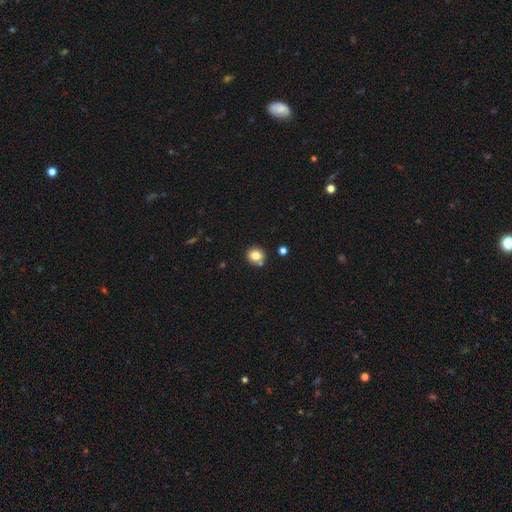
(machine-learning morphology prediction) smooth_or_featured: smooth (p=0.81) [alt: star or artifact p=0.11]
how_rounded: round (p=0.85) [alt: in between p=0.14]
merging: none (p=0.77) [alt: merger p=0.11]